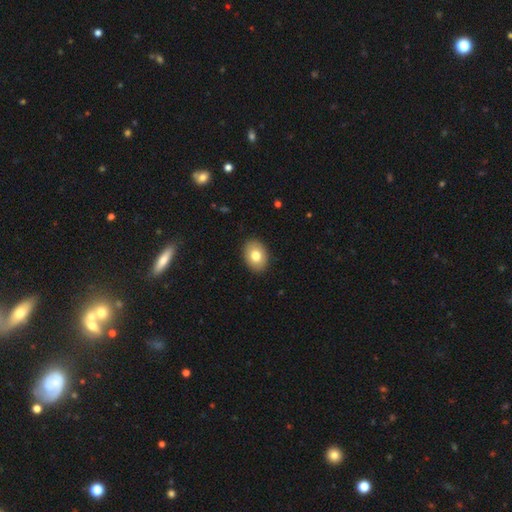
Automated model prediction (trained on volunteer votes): This appears to be a smooth galaxy with no disk features (78%) that is in between round and cigar-shaped (75%). Merging: none (90%).